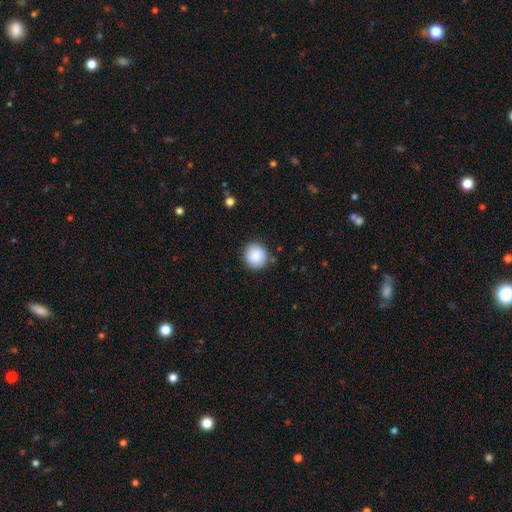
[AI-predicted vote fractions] smooth 87%, star or artifact 7%, featured or disk 6%. Down the decision tree: how rounded — round (90%); merging — none (86%).